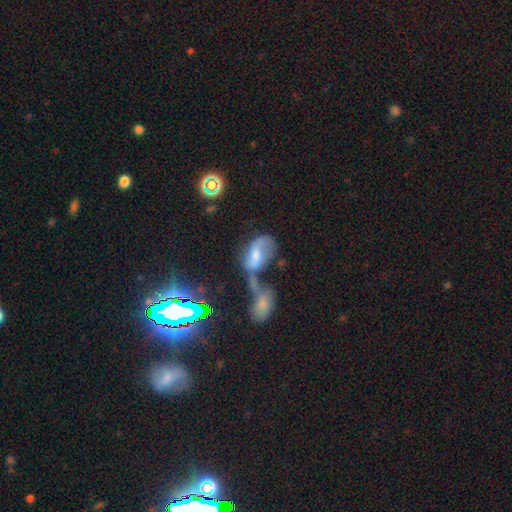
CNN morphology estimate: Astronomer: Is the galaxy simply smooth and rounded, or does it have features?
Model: smooth — 44% (runner-up: featured or disk, 42%).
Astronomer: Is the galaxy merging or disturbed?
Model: merger — 54%.